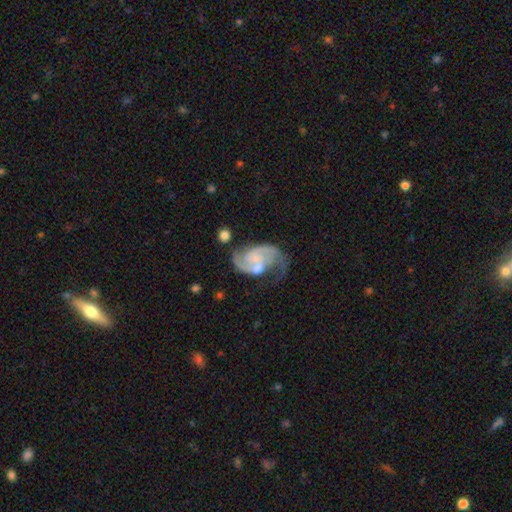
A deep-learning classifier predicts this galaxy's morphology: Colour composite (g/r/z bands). It shows a featured or disk galaxy (87%) with no bar (58%), 2 (86%) medium (52%) spiral arms (96%) and a small central bulge (45%). Merging: none (42%).